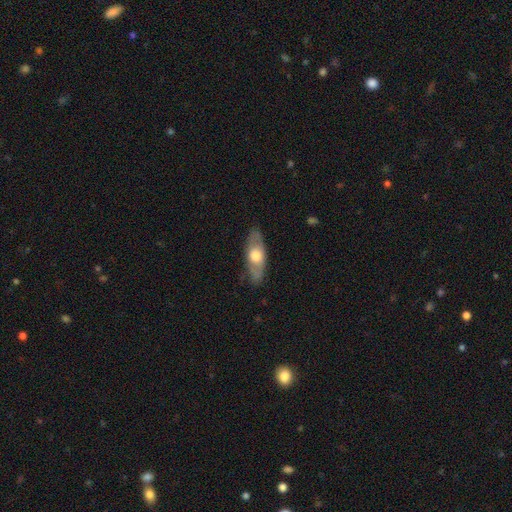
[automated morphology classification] type=smooth (50%); roundness=in between (69%); merging=none (79%).